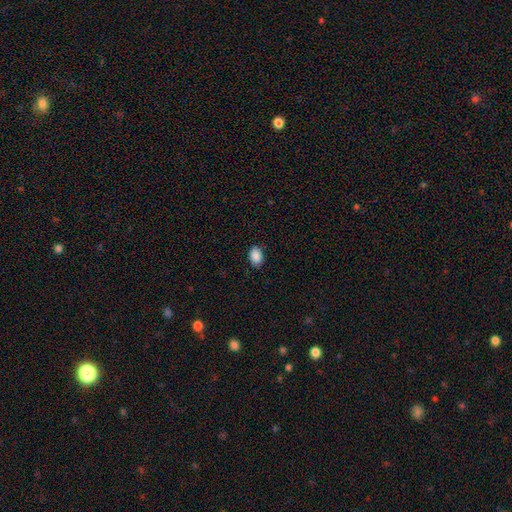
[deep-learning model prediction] Smooth or featured?
  - smooth: 90% *
  - star or artifact: 7%
  - featured or disk: 3%
How rounded?
  - in between: 85% *
  - round: 14%
  - cigar-shaped: 1%
Merging?
  - none: 86% *
  - minor disturbance: 11%
  - major disturbance: 2%
  - merger: 1%